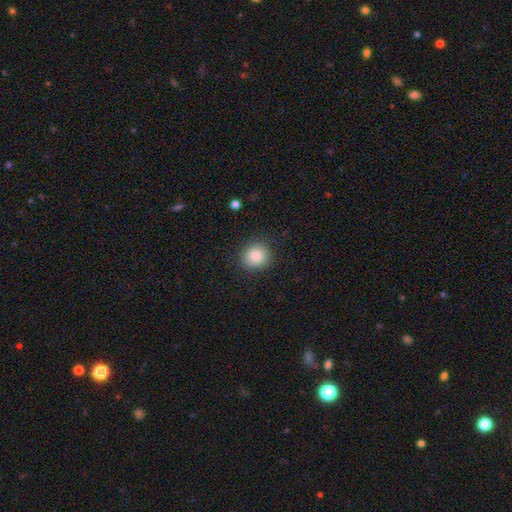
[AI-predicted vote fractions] Smooth or featured: smooth — 85% (star or artifact — 9%)
How rounded: round — 87% (in between — 12%)
Merging: none — 88% (minor disturbance — 9%)